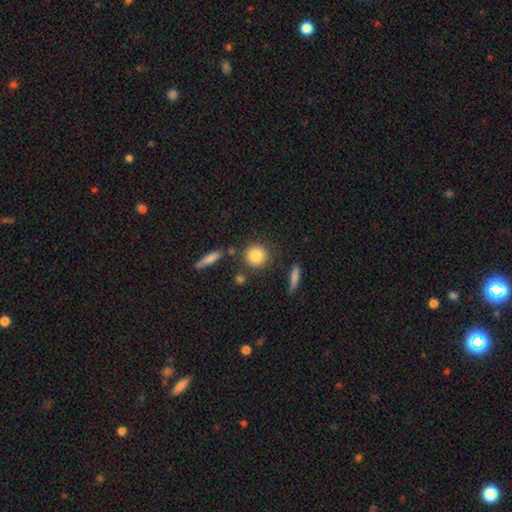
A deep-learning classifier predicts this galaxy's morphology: smooth_or_featured: smooth (p=0.84) [alt: star or artifact p=0.08]
how_rounded: round (p=0.88) [alt: in between p=0.10]
merging: none (p=0.81) [alt: minor disturbance p=0.09]